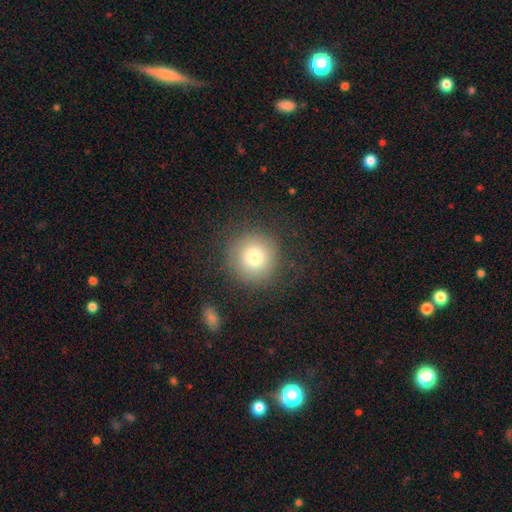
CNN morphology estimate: Smooth or featured: smooth — 78% (featured or disk — 11%)
How rounded: round — 95% (in between — 4%)
Merging: none — 86% (minor disturbance — 9%)